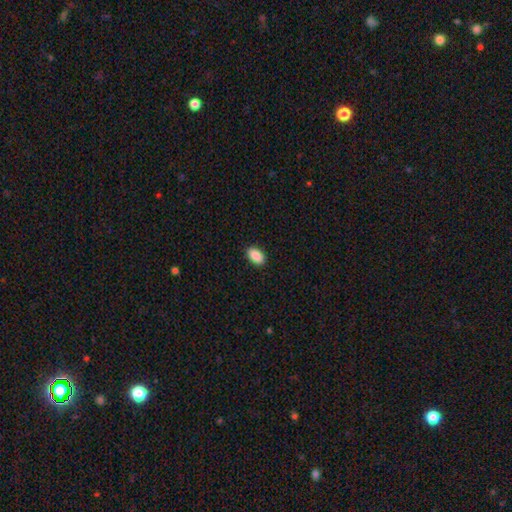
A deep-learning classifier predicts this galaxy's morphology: Smooth or featured? Predicted: smooth (p=0.90). How rounded? Predicted: in between (p=0.93). Merging? Predicted: none (p=0.90).